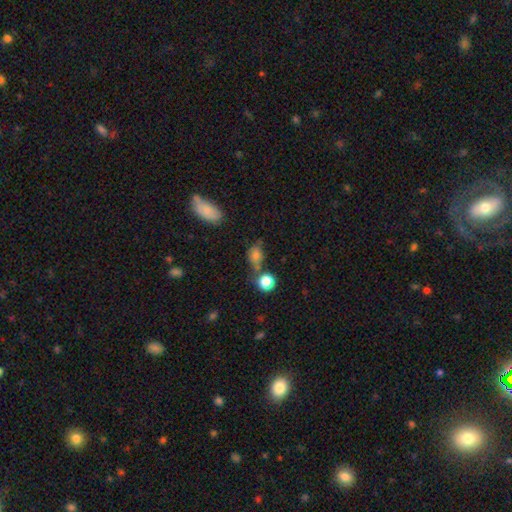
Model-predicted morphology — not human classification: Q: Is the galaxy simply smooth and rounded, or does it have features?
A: smooth — 73%.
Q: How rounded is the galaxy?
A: in between — 54%.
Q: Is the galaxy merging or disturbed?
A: none — 55%.